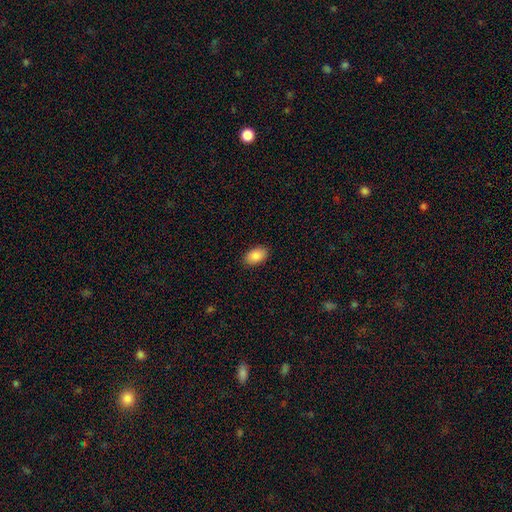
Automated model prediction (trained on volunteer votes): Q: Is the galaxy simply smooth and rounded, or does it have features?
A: smooth — 89%.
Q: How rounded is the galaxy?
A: in between — 92%.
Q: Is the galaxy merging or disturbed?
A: none — 89%.